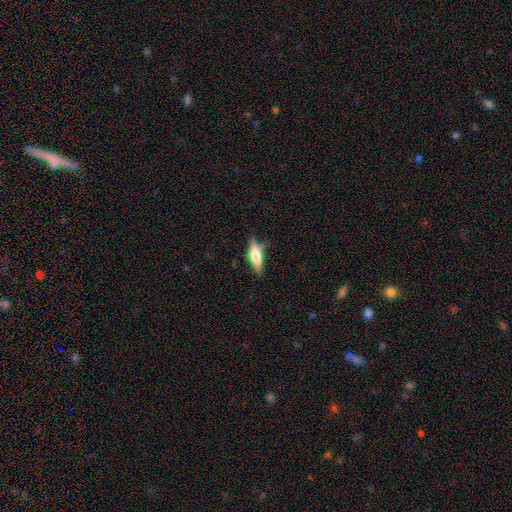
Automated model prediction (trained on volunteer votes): Morphology: type=smooth (59%); roundness=cigar-shaped (51%); merging=none (67%).